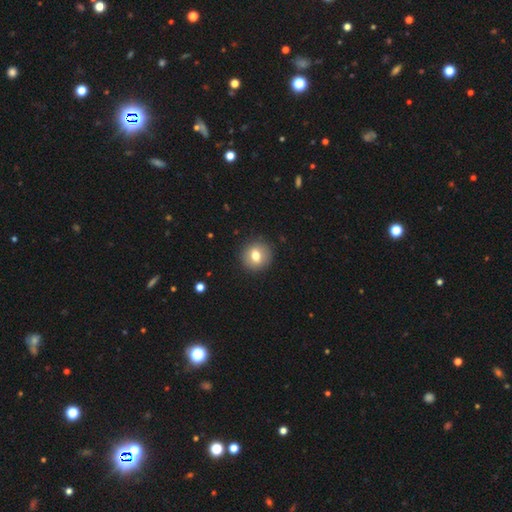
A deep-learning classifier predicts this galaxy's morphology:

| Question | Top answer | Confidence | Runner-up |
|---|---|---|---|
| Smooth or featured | smooth | 73% | featured or disk (18%) |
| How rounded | round | 85% | in between (14%) |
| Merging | none | 90% | minor disturbance (7%) |